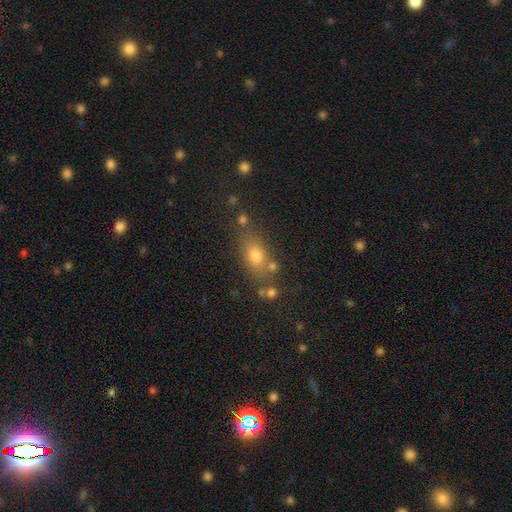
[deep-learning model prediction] A smooth galaxy with no disk features (70%) that is in between round and cigar-shaped (74%). Merging: none (70%).